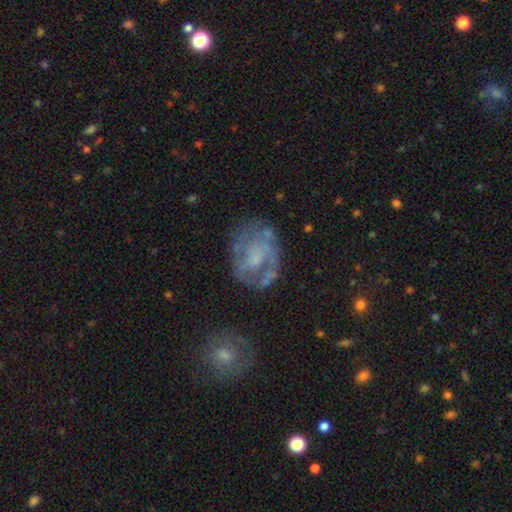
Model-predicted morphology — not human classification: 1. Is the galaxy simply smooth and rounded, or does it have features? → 64% featured or disk, 25% smooth, 10% star or artifact.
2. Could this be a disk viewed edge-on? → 97% no, 3% yes.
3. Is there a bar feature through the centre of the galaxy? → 60% no, 32% weak, 8% strong.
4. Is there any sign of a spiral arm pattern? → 62% yes, 38% no.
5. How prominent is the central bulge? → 38% none, 28% small, 27% moderate, 6% large, 2% dominant.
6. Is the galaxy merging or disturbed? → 62% none, 20% minor disturbance, 14% major disturbance, 4% merger.